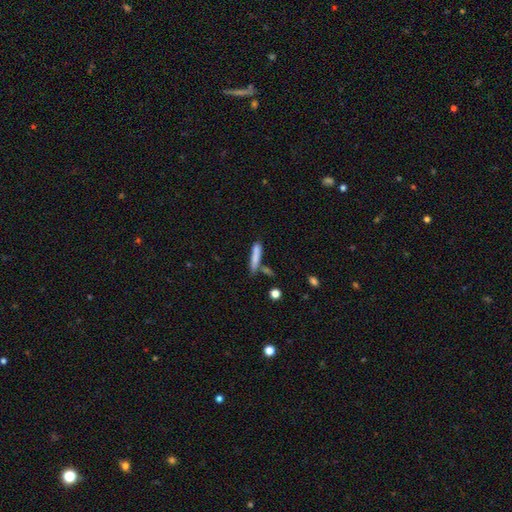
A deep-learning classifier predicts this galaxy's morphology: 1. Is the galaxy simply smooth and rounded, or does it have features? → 76% smooth, 16% featured or disk, 8% star or artifact.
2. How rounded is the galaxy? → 85% cigar-shaped, 13% in between, 2% round.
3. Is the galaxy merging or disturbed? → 58% none, 20% minor disturbance, 16% merger, 6% major disturbance.